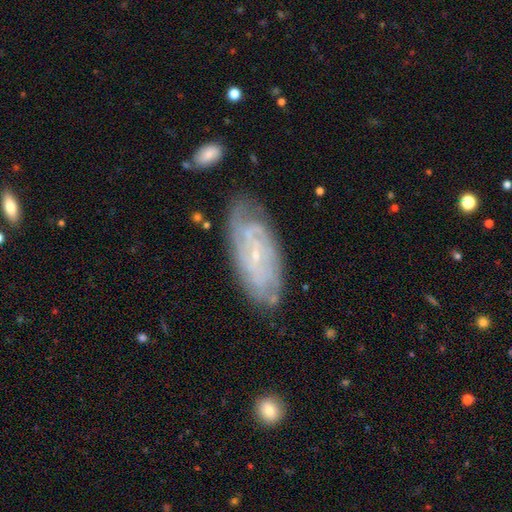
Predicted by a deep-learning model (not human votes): smooth-or-featured: featured or disk: 79% | smooth: 14% | star or artifact: 7%
  disk-edge-on: no: 92% | yes: 8%
    bar: no: 53% | weak: 36% | strong: 11%
    has-spiral-arms: yes: 92% | no: 8%
      spiral-winding: tight: 65% | medium: 27% | loose: 8%
      spiral-arm-count: can't tell: 46% | 2: 22% | 3: 12% | 4: 10% | more than 4: 5% | 1: 5%
    bulge-size: small: 84% | moderate: 11% | none: 3% | large: 1% | dominant: 1%
  merging: none: 71% | minor disturbance: 20% | major disturbance: 6% | merger: 2%